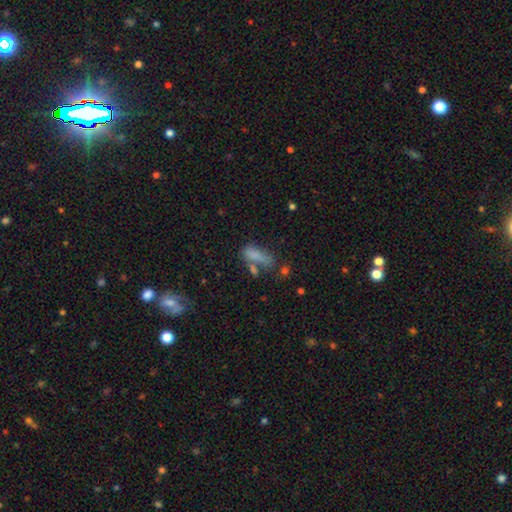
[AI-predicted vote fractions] A smooth galaxy with no disk features (74%) that is in between round and cigar-shaped (51%).

Vote fractions:
- Smooth or featured? smooth: 74% / featured or disk: 14% / star or artifact: 12%
- How rounded? in between: 51% / cigar-shaped: 45% / round: 4%
- Merging? none: 42% / merger: 22% / minor disturbance: 21% / major disturbance: 15%